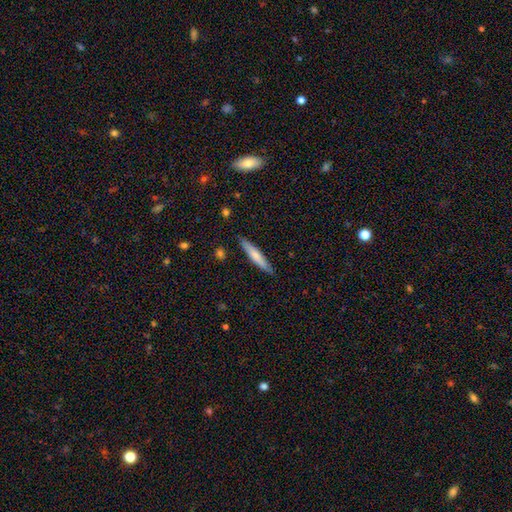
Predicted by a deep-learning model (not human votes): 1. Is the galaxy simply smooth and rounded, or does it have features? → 67% smooth, 27% featured or disk, 5% star or artifact.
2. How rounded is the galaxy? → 91% cigar-shaped, 8% in between, 1% round.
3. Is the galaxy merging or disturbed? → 87% none, 9% minor disturbance, 2% major disturbance, 1% merger.